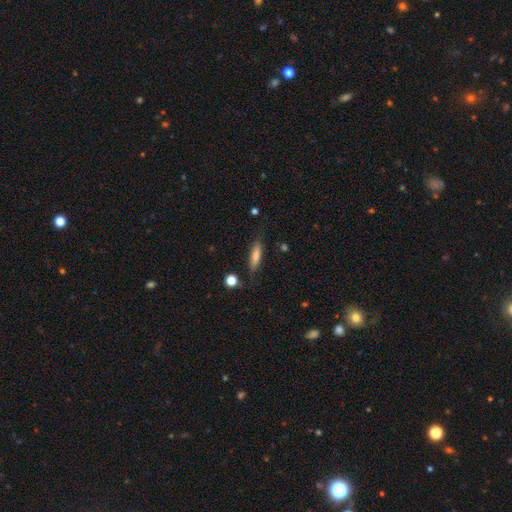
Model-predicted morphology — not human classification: Smooth or featured?
  - smooth: 68% *
  - featured or disk: 24%
  - star or artifact: 8%
How rounded?
  - cigar-shaped: 72% *
  - in between: 26%
  - round: 2%
Merging?
  - none: 80% *
  - minor disturbance: 14%
  - major disturbance: 4%
  - merger: 2%